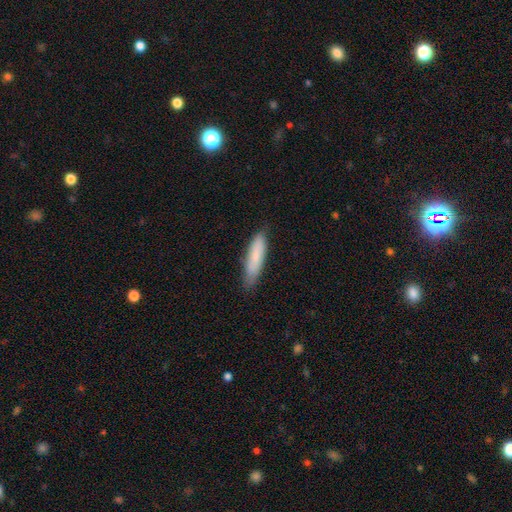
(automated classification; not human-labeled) Smooth or featured: smooth — 81% (featured or disk — 14%)
How rounded: cigar-shaped — 68% (in between — 30%)
Merging: none — 79% (minor disturbance — 17%)